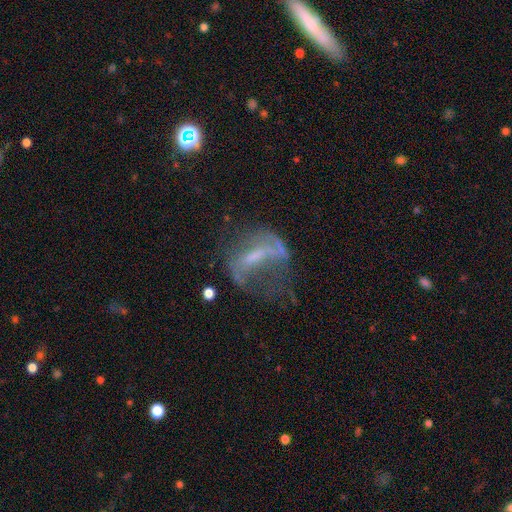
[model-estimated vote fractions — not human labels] smooth-or-featured: featured or disk: 63% | smooth: 23% | star or artifact: 15%
  disk-edge-on: no: 92% | yes: 8%
    bar: weak: 36% | no: 35% | strong: 29%
    has-spiral-arms: no: 56% | yes: 44%
    bulge-size: none: 35% | small: 34% | moderate: 25% | large: 4% | dominant: 1%
  merging: major disturbance: 44% | none: 32% | minor disturbance: 18% | merger: 6%